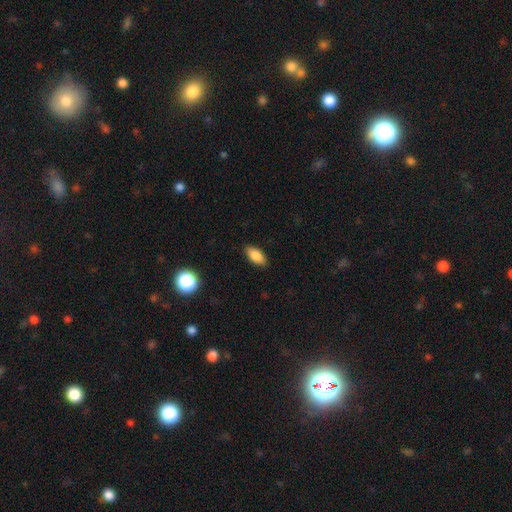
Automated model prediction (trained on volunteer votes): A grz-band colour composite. It shows a smooth galaxy with no disk features (86%) that is in between round and cigar-shaped (89%). Merging: none (87%).